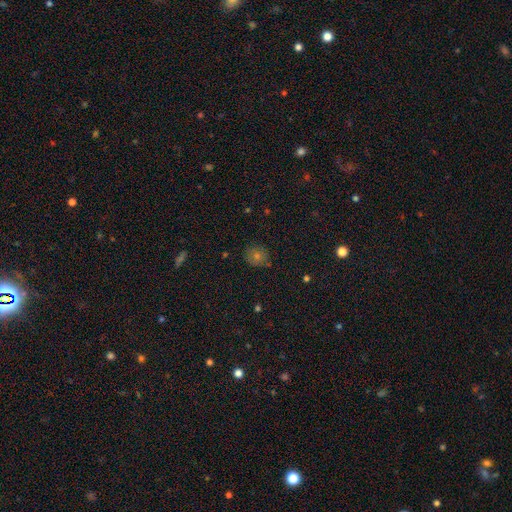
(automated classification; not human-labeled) Morphology: type=smooth (59%); roundness=round (85%); merging=none (82%).